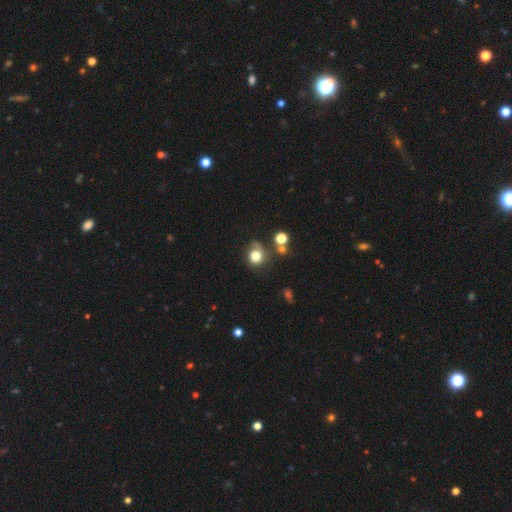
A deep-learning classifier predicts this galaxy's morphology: Smooth or featured?
  - smooth: 72% *
  - featured or disk: 16%
  - star or artifact: 12%
How rounded?
  - round: 73% *
  - in between: 26%
  - cigar-shaped: 1%
Merging?
  - none: 48% *
  - minor disturbance: 25%
  - major disturbance: 17%
  - merger: 10%